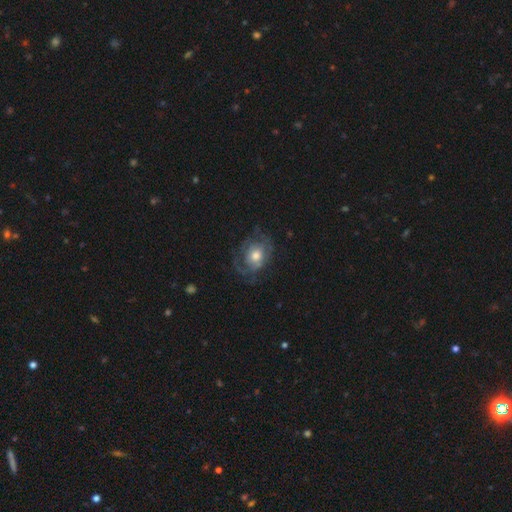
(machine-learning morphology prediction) A featured or disk galaxy (60%) with no bar (82%), spiral arms (66%) and a moderate central bulge (64%). Merging: none (58%).